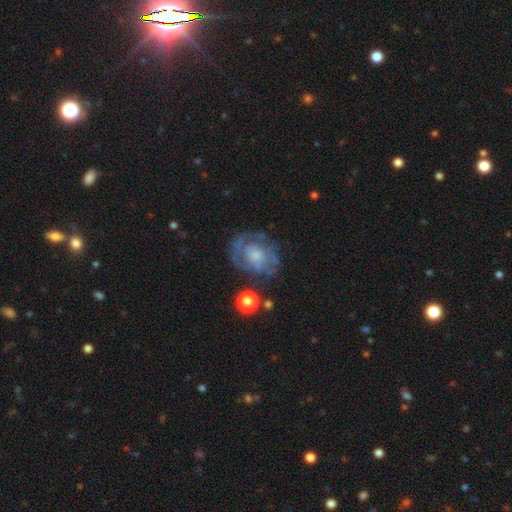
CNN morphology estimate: This appears to be a featured or disk galaxy (73%) with no bar (78%), spiral arms (70%) and a moderate central bulge (41%). Merging: none (65%).